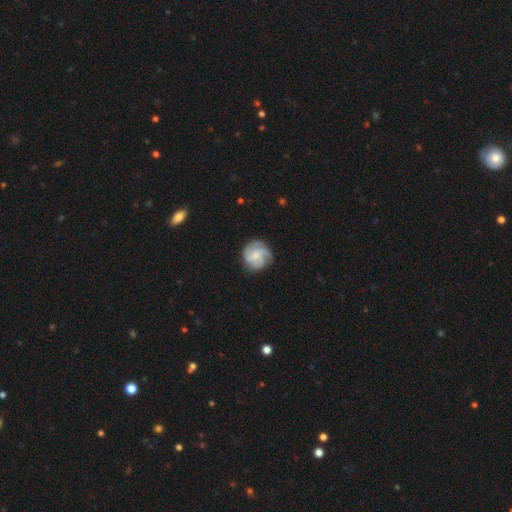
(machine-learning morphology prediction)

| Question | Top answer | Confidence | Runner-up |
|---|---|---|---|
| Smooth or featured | featured or disk | 65% | smooth (28%) |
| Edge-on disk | no | 98% | yes (2%) |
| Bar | no | 65% | weak (31%) |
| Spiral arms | yes | 95% | no (5%) |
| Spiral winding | tight | 46% | medium (41%) |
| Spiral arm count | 3 | 52% | 4 (21%) |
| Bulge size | small | 36% | moderate (33%) |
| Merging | none | 78% | minor disturbance (15%) |